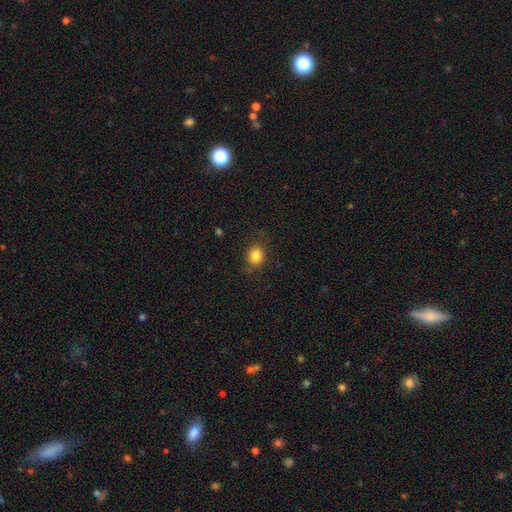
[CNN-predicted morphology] A smooth galaxy with no disk features (84%) that is round (63%). Merging: none (79%).